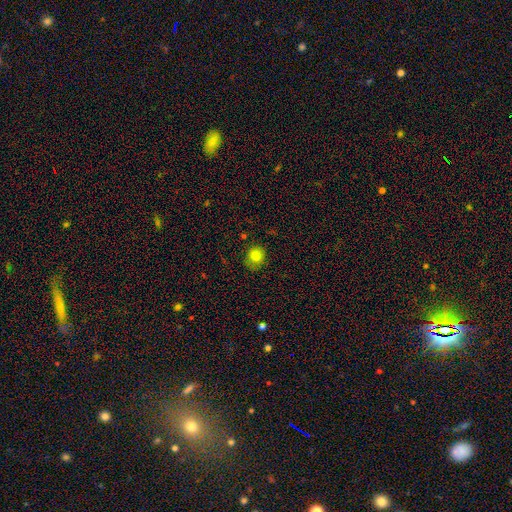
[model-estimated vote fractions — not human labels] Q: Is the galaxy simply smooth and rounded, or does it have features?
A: smooth — 80%.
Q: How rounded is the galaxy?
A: round — 84%.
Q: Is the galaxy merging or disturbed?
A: none — 81%.